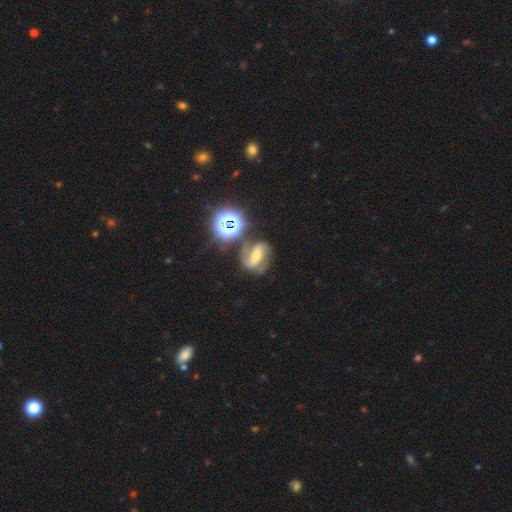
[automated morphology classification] Smooth or featured? Predicted: featured or disk (p=0.59). Edge-on disk? Predicted: no (p=0.95). Bar? Predicted: strong (p=0.51). Spiral arms? Predicted: yes (p=0.87). Bulge size? Predicted: moderate (p=0.46). Merging? Predicted: none (p=0.62).